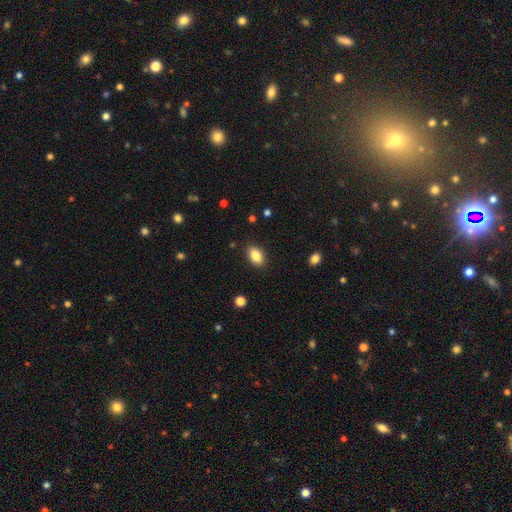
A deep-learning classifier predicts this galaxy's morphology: A smooth galaxy with no disk features (86%) that is in between round and cigar-shaped (90%). Merging: none (88%).